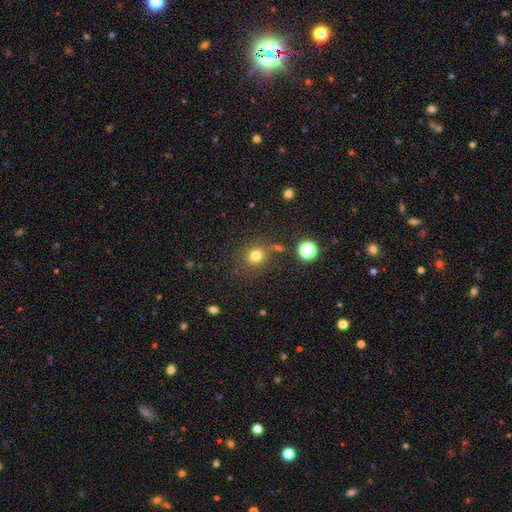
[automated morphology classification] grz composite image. It shows a smooth galaxy with no disk features (76%) that is round (88%). Merging: none (78%).